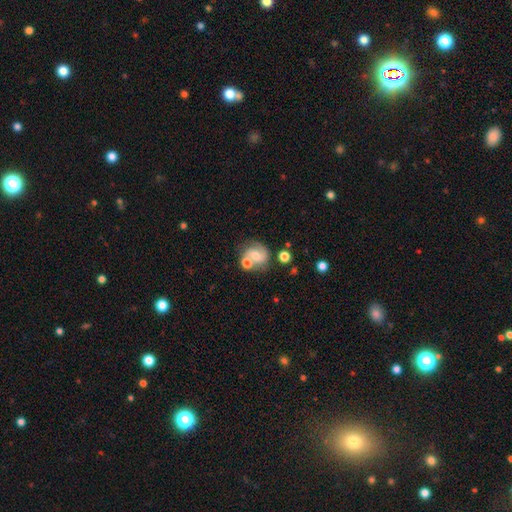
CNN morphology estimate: smooth-or-featured: featured or disk: 58% | smooth: 32% | star or artifact: 9%
  disk-edge-on: no: 97% | yes: 3%
    bar: weak: 43% | no: 42% | strong: 15%
    has-spiral-arms: yes: 84% | no: 16%
    bulge-size: moderate: 47% | small: 39% | none: 7% | large: 5% | dominant: 2%
  merging: none: 50% | merger: 28% | minor disturbance: 15% | major disturbance: 7%